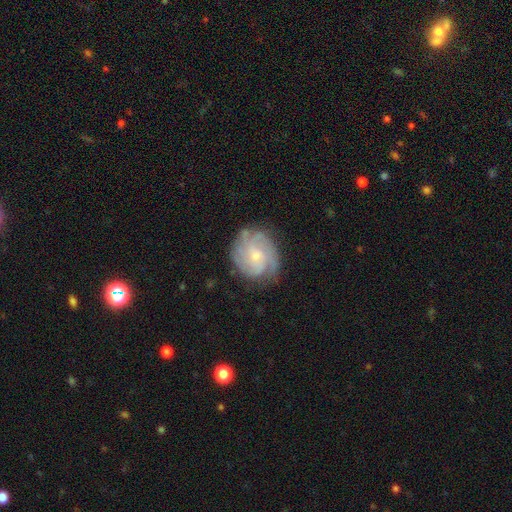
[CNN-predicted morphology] Smooth or featured? featured or disk (79%)
Edge-on disk? no (98%)
Bar? no (68%)
Spiral arms? yes (95%)
Spiral winding? tight (61%)
Spiral arm count? can't tell (30%)
Bulge size? small (64%)
Merging? none (75%)